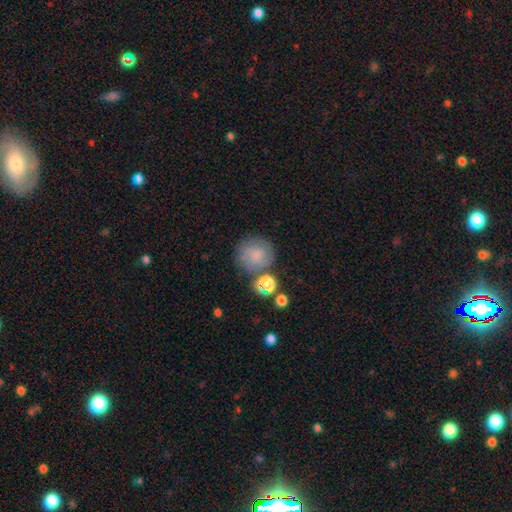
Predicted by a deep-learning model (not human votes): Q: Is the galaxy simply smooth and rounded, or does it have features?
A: smooth — 72%.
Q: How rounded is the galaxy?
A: round — 88%.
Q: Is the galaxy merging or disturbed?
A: none — 67%.